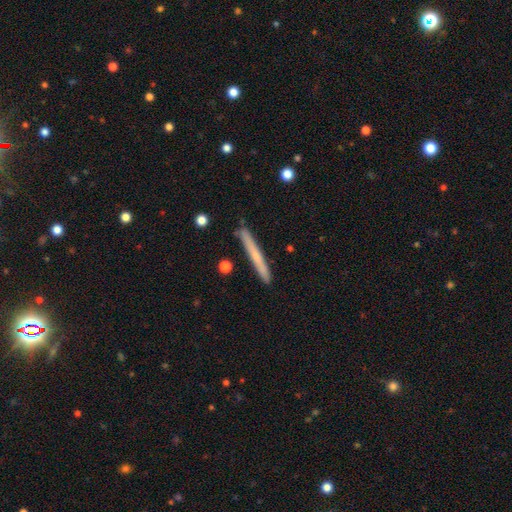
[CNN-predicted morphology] Overall: smooth (55%; featured or disk 39%). How rounded: cigar-shaped (97%). Merging: none (89%).